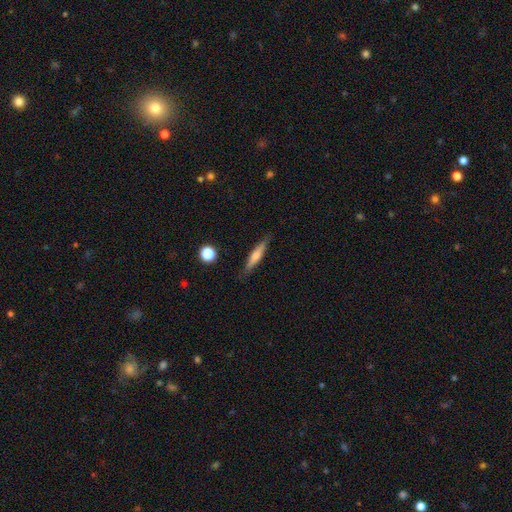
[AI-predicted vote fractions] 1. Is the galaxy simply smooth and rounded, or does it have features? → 55% smooth, 39% featured or disk, 7% star or artifact.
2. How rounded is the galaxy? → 87% cigar-shaped, 11% in between, 2% round.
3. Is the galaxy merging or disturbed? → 86% none, 10% minor disturbance, 2% major disturbance, 2% merger.